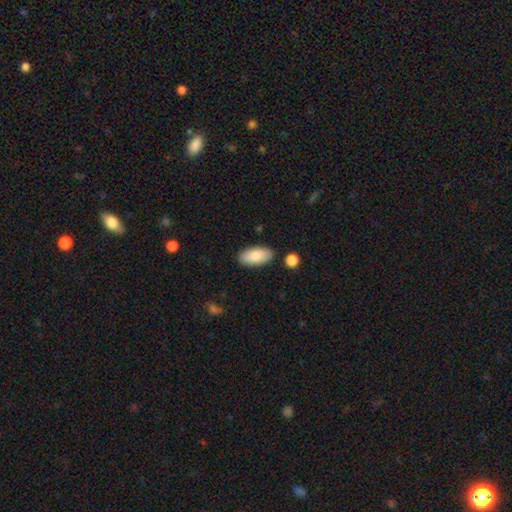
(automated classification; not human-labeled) smooth-or-featured: smooth: 83% | featured or disk: 11% | star or artifact: 6%
  how-rounded: in between: 94% | cigar-shaped: 4% | round: 2%
  merging: none: 85% | minor disturbance: 10% | merger: 3% | major disturbance: 2%